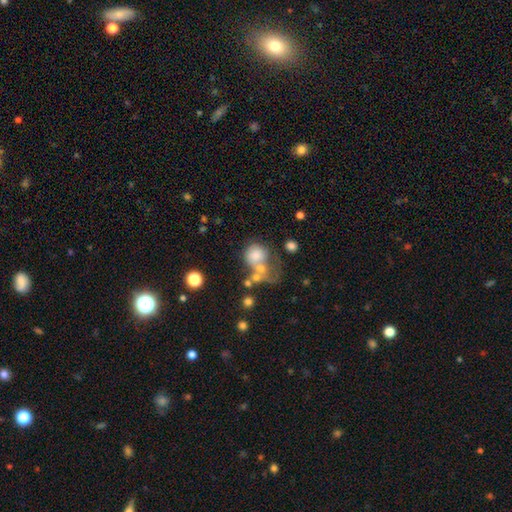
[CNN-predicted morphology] Smooth or featured? smooth (63%)
How rounded? round (69%)
Merging? merger (42%)